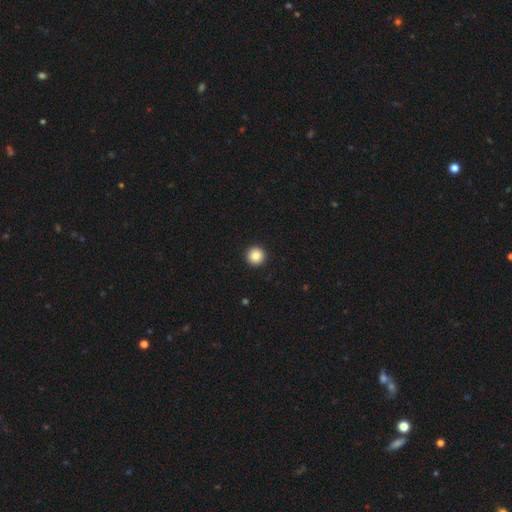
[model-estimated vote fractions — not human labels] smooth-or-featured: smooth: 85% | star or artifact: 9% | featured or disk: 5%
  how-rounded: round: 96% | in between: 3% | cigar-shaped: 1%
  merging: none: 94% | minor disturbance: 4% | major disturbance: 1% | merger: 1%